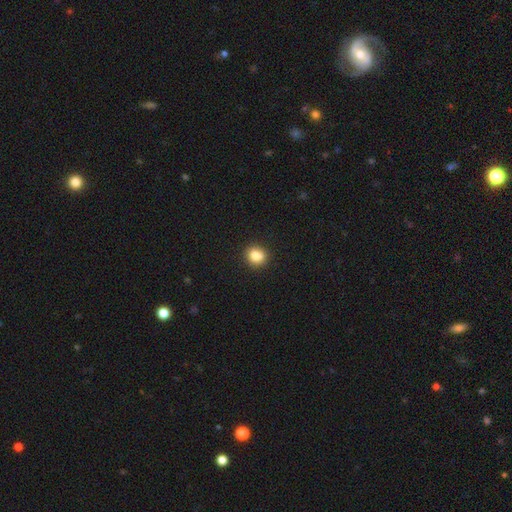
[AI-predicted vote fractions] This appears to be a smooth galaxy with no disk features (85%) that is round (75%). Merging: none (89%).